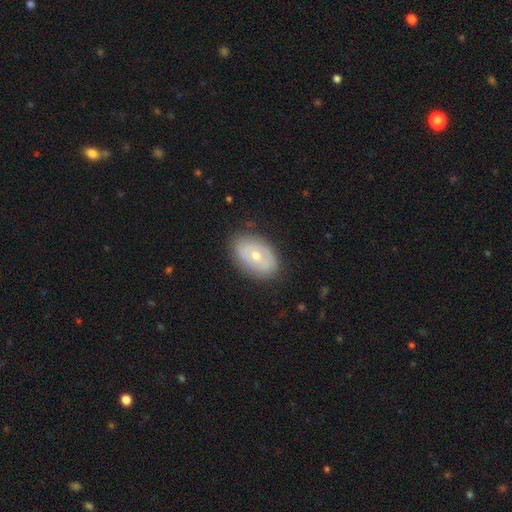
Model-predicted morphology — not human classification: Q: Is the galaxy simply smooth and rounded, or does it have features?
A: featured or disk — 55%.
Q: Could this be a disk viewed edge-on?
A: no — 93%.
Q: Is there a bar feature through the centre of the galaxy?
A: no — 75%.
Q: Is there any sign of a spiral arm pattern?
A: no — 70%.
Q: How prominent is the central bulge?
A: moderate — 60%.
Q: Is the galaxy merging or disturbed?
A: none — 81%.